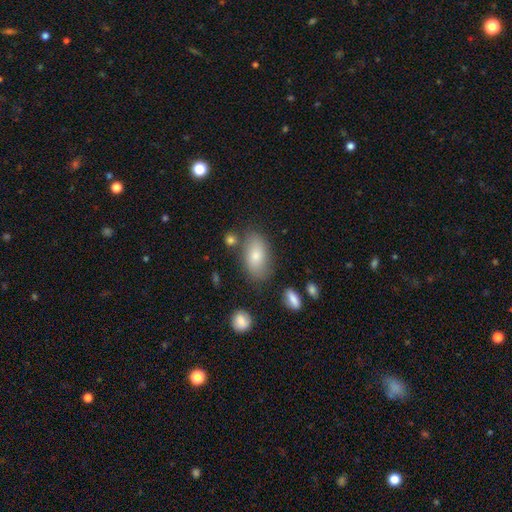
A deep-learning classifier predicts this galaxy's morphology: smooth 76%, featured or disk 16%, star or artifact 8%. Down the decision tree: how rounded — in between (91%); merging — none (72%).